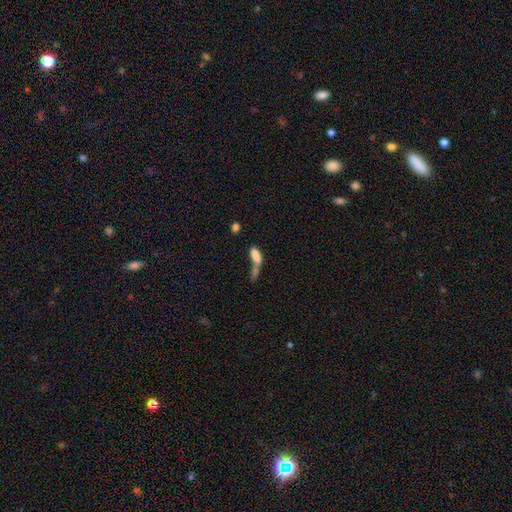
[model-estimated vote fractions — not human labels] Smooth or featured: smooth — 75% (featured or disk — 15%)
How rounded: in between — 65% (cigar-shaped — 31%)
Merging: merger — 53% (none — 20%)